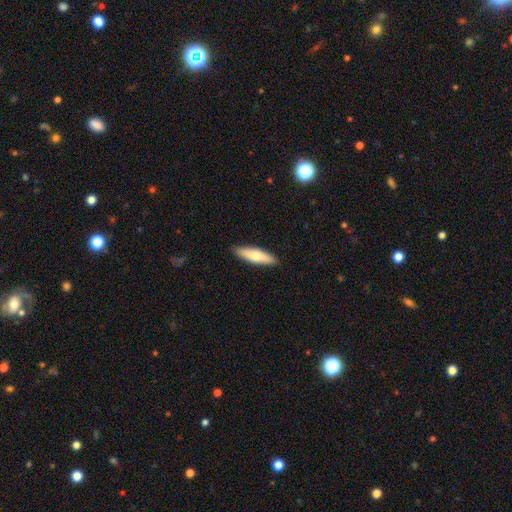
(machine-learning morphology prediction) Smooth or featured?
  - smooth: 68% *
  - featured or disk: 27%
  - star or artifact: 5%
How rounded?
  - cigar-shaped: 65% *
  - in between: 33%
  - round: 2%
Merging?
  - none: 90% *
  - minor disturbance: 8%
  - major disturbance: 2%
  - merger: 1%